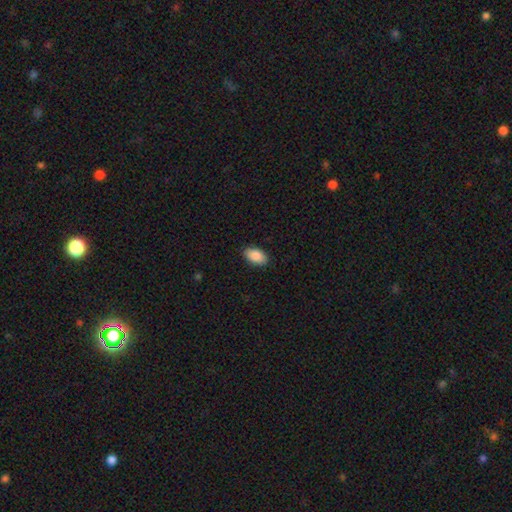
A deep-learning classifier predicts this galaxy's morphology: smooth-or-featured: smooth: 89% | star or artifact: 6% | featured or disk: 4%
  how-rounded: in between: 94% | round: 4% | cigar-shaped: 2%
  merging: none: 89% | minor disturbance: 8% | major disturbance: 2% | merger: 1%